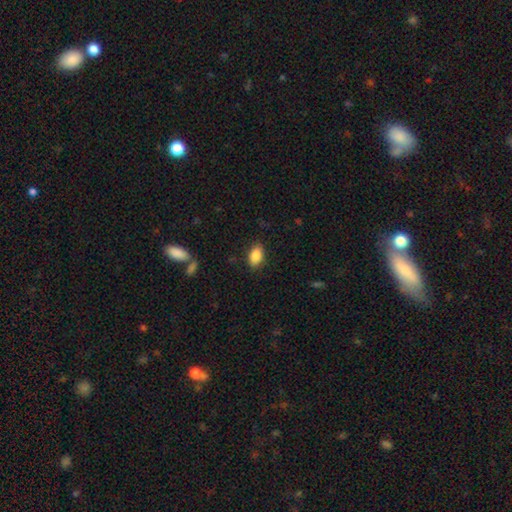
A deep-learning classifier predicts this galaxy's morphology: type=smooth (87%); roundness=in between (91%); merging=none (86%).